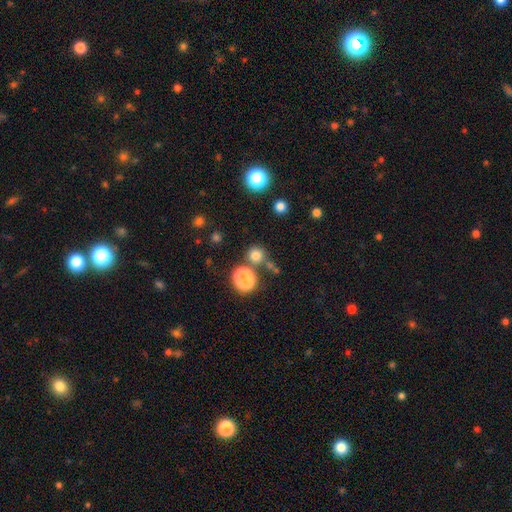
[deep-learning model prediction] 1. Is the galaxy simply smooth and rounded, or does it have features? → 77% smooth, 16% star or artifact, 7% featured or disk.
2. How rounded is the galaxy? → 87% round, 12% in between, 1% cigar-shaped.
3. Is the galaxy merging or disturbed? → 65% none, 22% merger, 9% minor disturbance, 4% major disturbance.